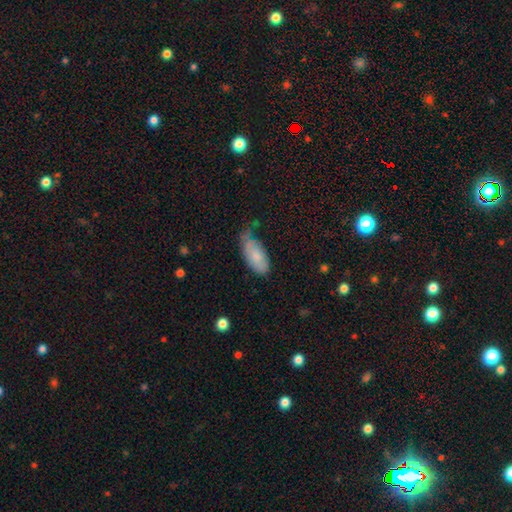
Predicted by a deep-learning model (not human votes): This appears to be a smooth galaxy with no disk features (78%) that is in between round and cigar-shaped (91%). Merging: none (41%, tied with minor disturbance).